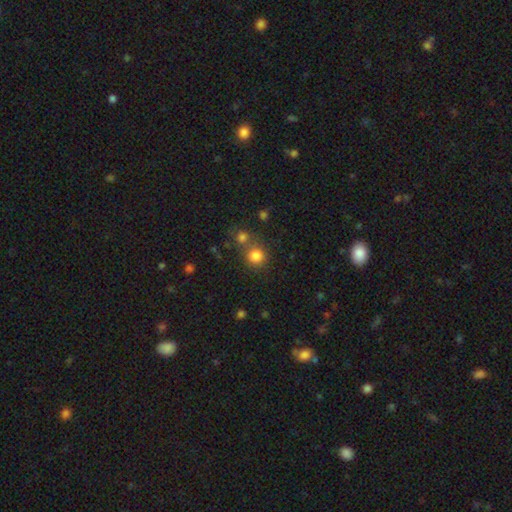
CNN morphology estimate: This is clearly a smooth galaxy (81%). How rounded: clearly round (88%). Merging: likely none (63%).